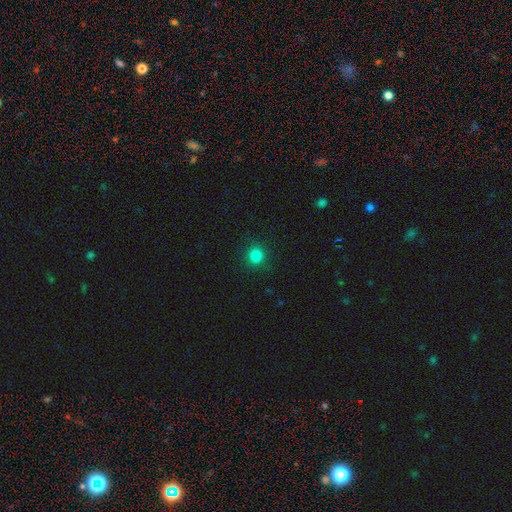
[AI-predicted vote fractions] smooth_or_featured: smooth (p=0.83) [alt: star or artifact p=0.13]
how_rounded: round (p=0.92) [alt: in between p=0.08]
merging: none (p=0.91) [alt: minor disturbance p=0.06]